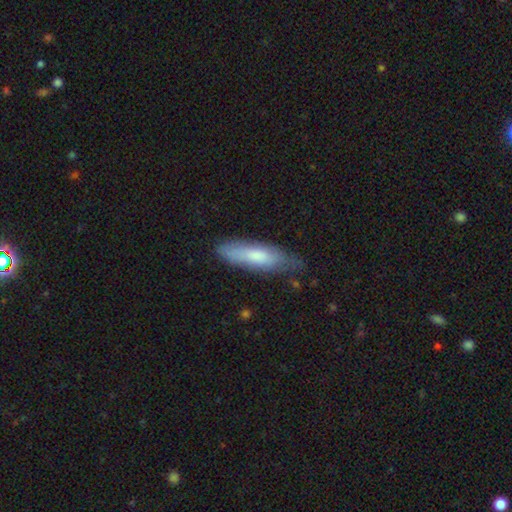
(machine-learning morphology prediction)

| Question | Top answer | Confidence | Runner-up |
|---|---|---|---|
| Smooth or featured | smooth | 72% | featured or disk (22%) |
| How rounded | cigar-shaped | 59% | in between (39%) |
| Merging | none | 65% | minor disturbance (28%) |